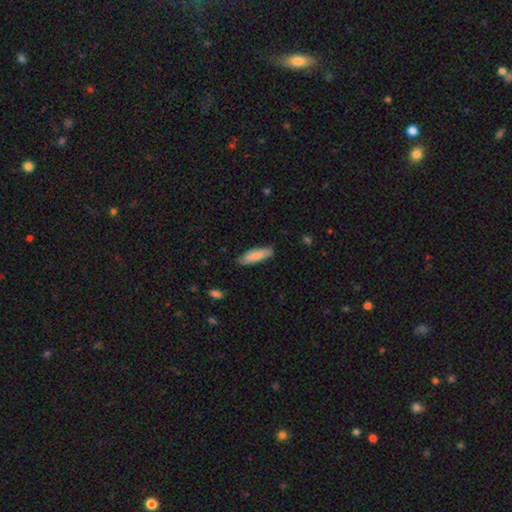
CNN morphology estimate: This appears to be a smooth galaxy with no disk features (79%) that is in between round and cigar-shaped (50%). Merging: none (80%).